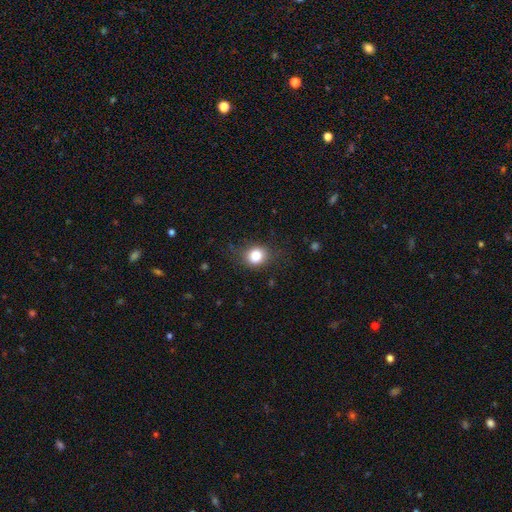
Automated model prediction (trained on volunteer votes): Morphology: type=smooth (83%); roundness=round (72%); merging=none (77%).